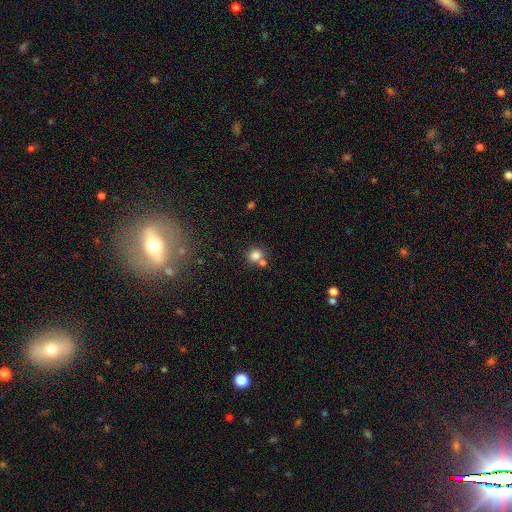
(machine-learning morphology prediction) The model was most divided on "merging": none: 60%, merger: 28%, minor disturbance: 9%, major disturbance: 3%. More confident: how rounded — round (90%); smooth or featured — smooth (80%).